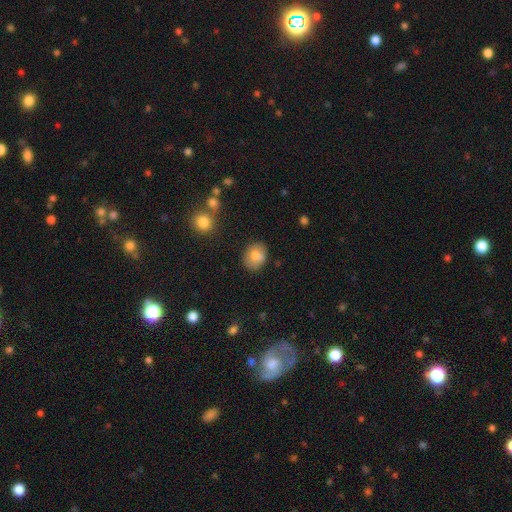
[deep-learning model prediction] Morphology: type=smooth (77%); roundness=round (53%); merging=none (71%).